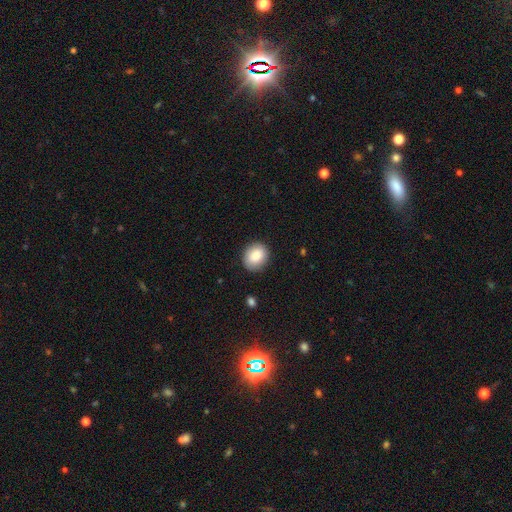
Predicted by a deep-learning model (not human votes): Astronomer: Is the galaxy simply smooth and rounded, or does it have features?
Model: smooth — 84%.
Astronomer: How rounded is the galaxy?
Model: round — 65%.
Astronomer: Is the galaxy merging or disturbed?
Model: none — 86%.